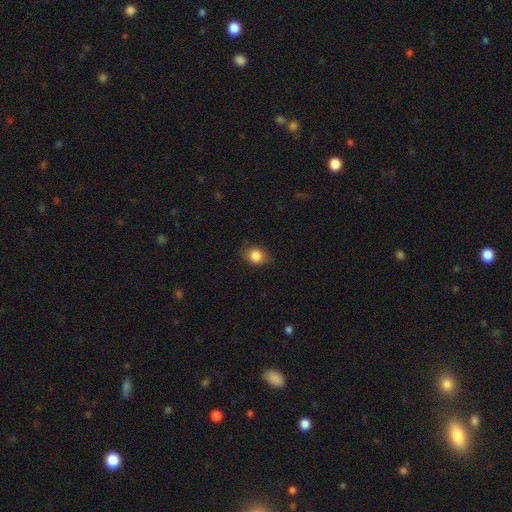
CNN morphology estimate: This appears to be a smooth galaxy with no disk features (85%) that is round (57%). Merging: none (79%).